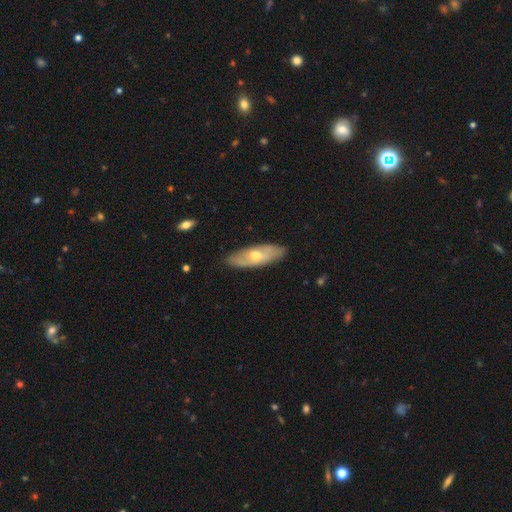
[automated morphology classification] Q: Smooth or featured?
A: featured or disk (50%); runner-up: smooth (44%)
Q: Edge-on disk?
A: no (68%); runner-up: yes (32%)
Q: Merging?
A: none (86%); runner-up: minor disturbance (11%)